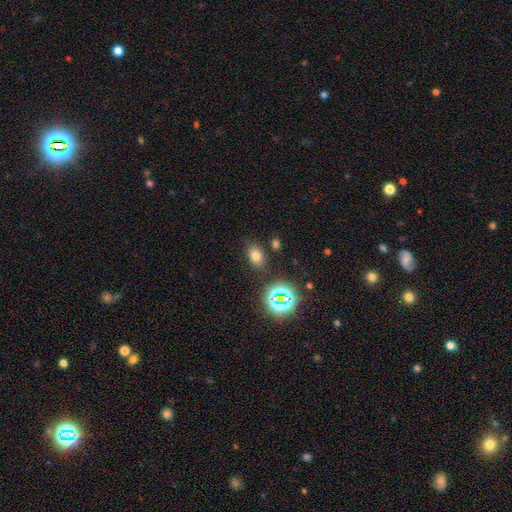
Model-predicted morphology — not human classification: A smooth galaxy with no disk features (70%) that is in between round and cigar-shaped (76%). Merging: none (81%).